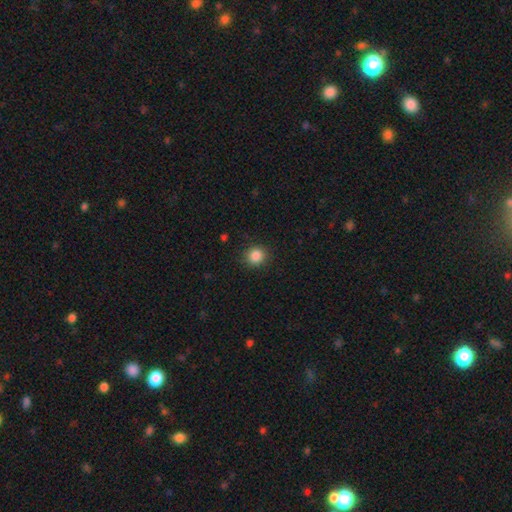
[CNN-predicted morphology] This appears to be a smooth galaxy with no disk features (86%) that is round (84%). Merging: none (88%).